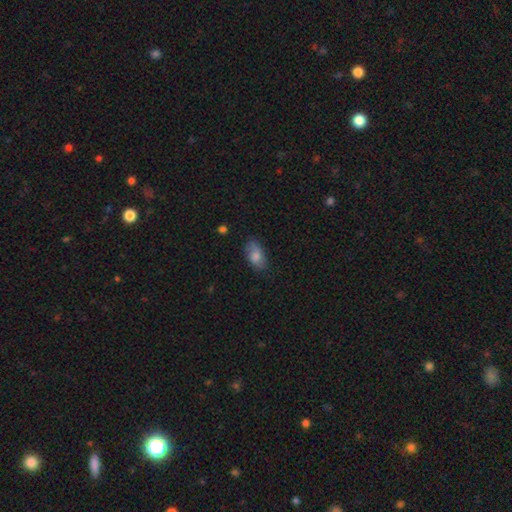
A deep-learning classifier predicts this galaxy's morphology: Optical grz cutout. It shows a smooth galaxy with no disk features (74%) that is in between round and cigar-shaped (91%). Merging: none (74%).